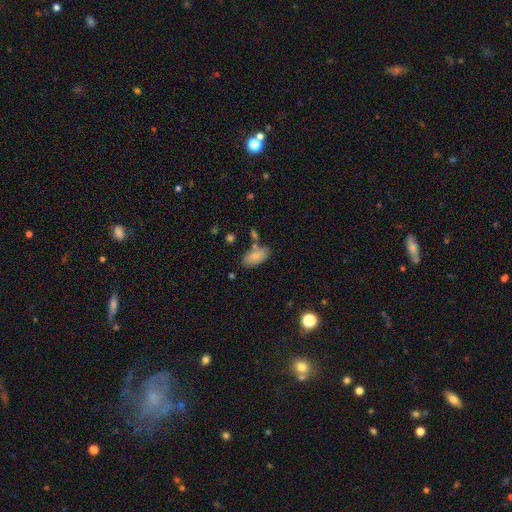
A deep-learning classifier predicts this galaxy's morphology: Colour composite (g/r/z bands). It shows a smooth galaxy with no disk features (81%) that is in between round and cigar-shaped (93%). Merging: none (70%).